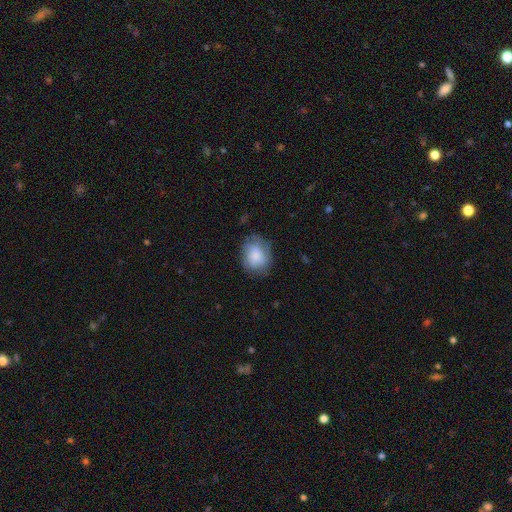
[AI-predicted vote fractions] smooth 64%, featured or disk 27%, star or artifact 9%. Down the decision tree: how rounded — round (58%); merging — none (66%).